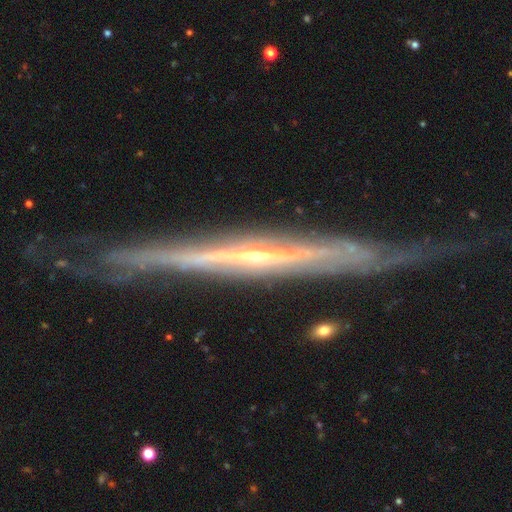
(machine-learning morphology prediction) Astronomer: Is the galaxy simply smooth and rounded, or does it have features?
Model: featured or disk — 86%.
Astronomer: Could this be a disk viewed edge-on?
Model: yes — 89%.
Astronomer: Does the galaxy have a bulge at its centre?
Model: rounded — 51% (runner-up: none, 45%).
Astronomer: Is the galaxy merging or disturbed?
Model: none — 70%.